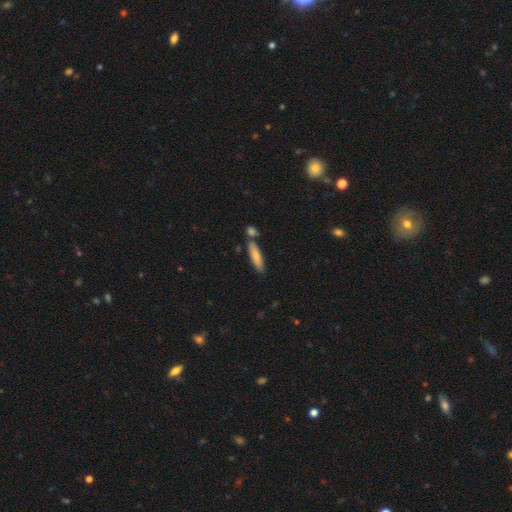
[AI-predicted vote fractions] Smooth or featured? smooth (81%)
How rounded? cigar-shaped (74%)
Merging? none (69%)